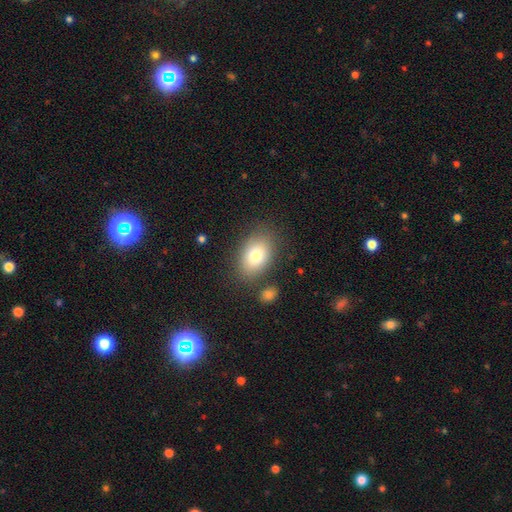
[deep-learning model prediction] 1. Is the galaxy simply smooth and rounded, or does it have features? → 78% smooth, 12% featured or disk, 9% star or artifact.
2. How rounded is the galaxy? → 83% in between, 16% round, 1% cigar-shaped.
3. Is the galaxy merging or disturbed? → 78% none, 12% minor disturbance, 5% merger, 4% major disturbance.